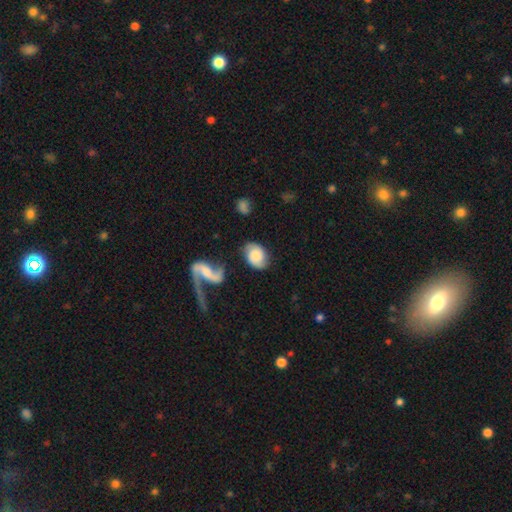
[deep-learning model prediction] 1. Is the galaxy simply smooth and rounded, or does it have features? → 49% smooth, 42% featured or disk, 8% star or artifact.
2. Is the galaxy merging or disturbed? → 65% none, 19% minor disturbance, 8% merger, 8% major disturbance.